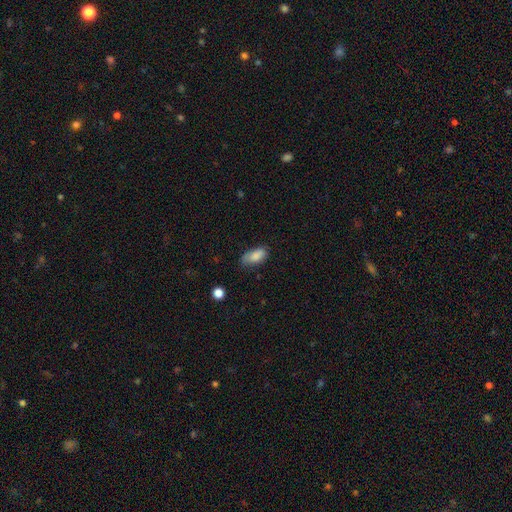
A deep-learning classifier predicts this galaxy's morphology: smooth 84%, featured or disk 8%, star or artifact 8%. Down the decision tree: how rounded — in between (88%); merging — none (61%).